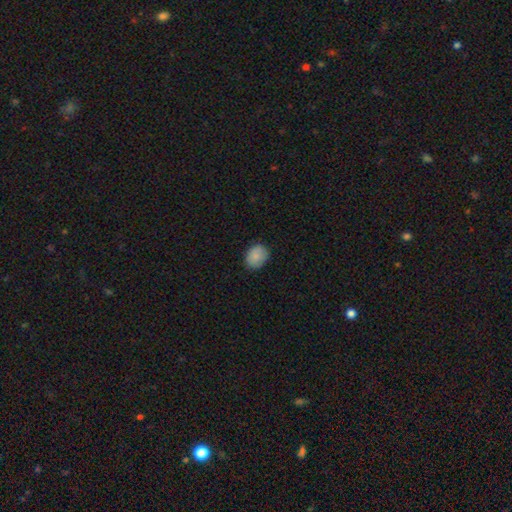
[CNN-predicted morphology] Smooth or featured: smooth — 86% (star or artifact — 8%)
How rounded: in between — 52% (round — 47%)
Merging: none — 82% (minor disturbance — 15%)